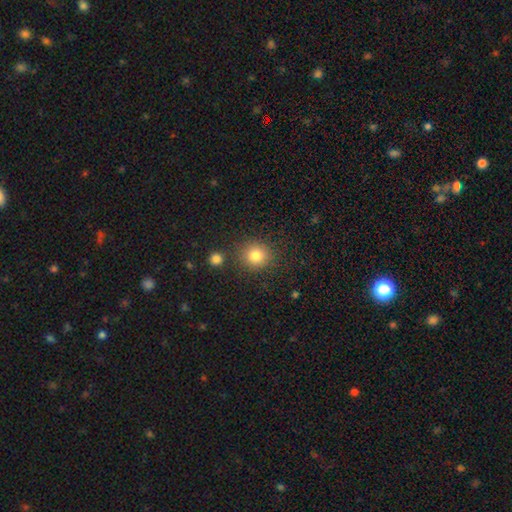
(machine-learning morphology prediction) This is clearly a smooth galaxy (84%). How rounded: clearly round (87%). Merging: clearly none (83%).